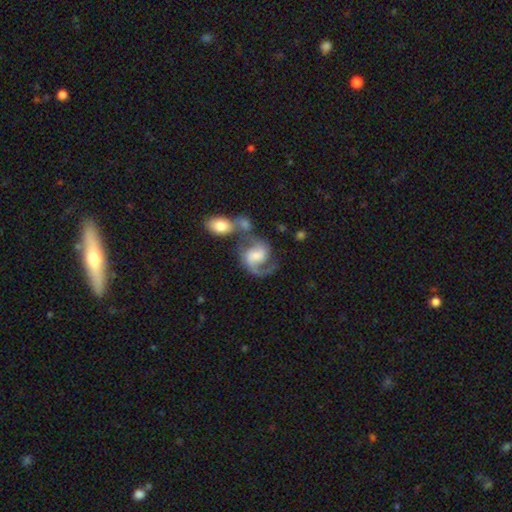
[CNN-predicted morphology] type=featured or disk (75%); edge-on=no (98%); bar=weak (45%); spiral arms=yes (93%); winding=medium (50%); arm count=2 (80%); bulge=moderate (35%); merging=none (37%).